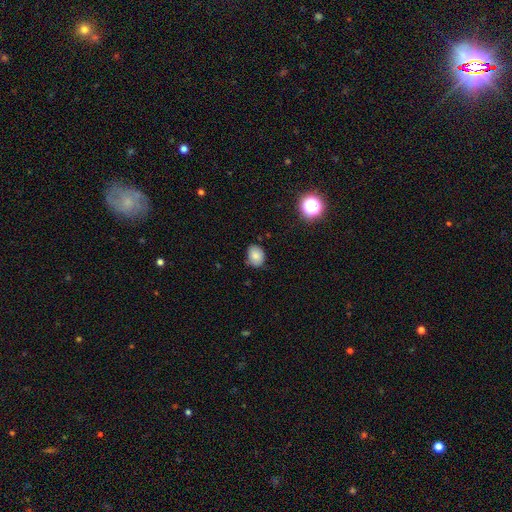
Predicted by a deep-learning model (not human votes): Smooth or featured?
  - smooth: 81% *
  - star or artifact: 11%
  - featured or disk: 8%
How rounded?
  - in between: 60% *
  - round: 39%
  - cigar-shaped: 1%
Merging?
  - none: 77% *
  - minor disturbance: 19%
  - major disturbance: 3%
  - merger: 2%